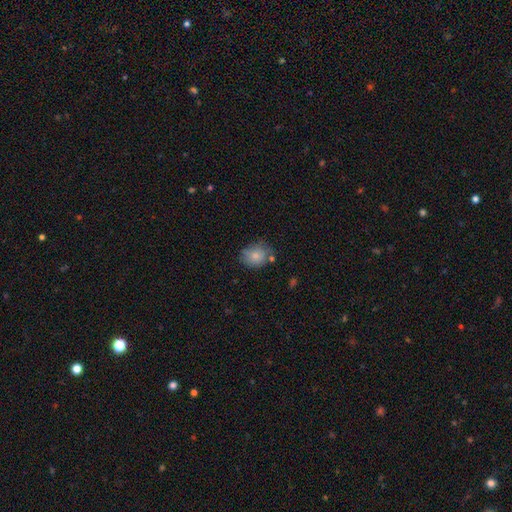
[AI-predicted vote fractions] A smooth galaxy with no disk features (81%) that is round (60%). Merging: none (67%).